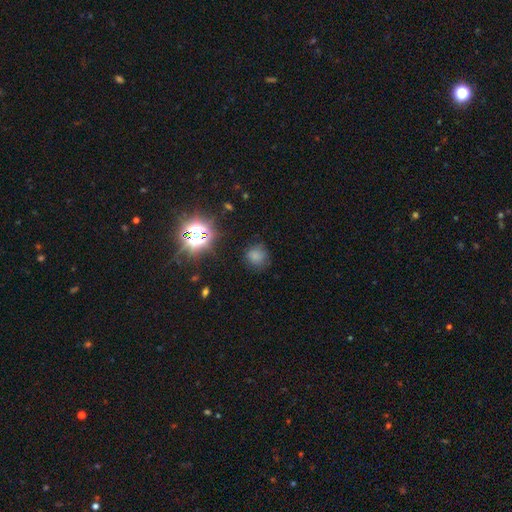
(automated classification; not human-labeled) Smooth or featured? Predicted: smooth (p=0.68). How rounded? Predicted: round (p=0.85). Merging? Predicted: none (p=0.77).